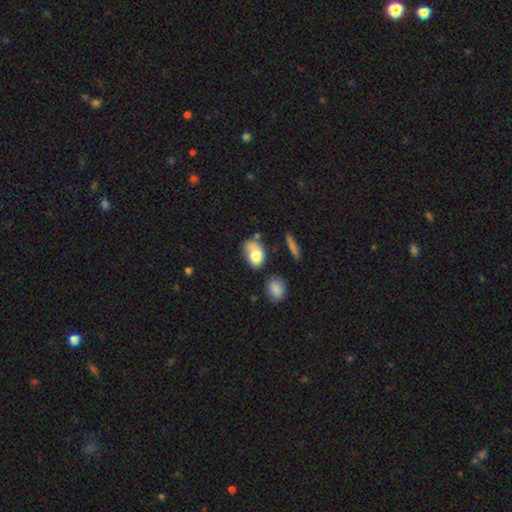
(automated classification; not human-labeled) Smooth or featured?
  - smooth: 75% *
  - featured or disk: 17%
  - star or artifact: 8%
How rounded?
  - in between: 81% *
  - round: 17%
  - cigar-shaped: 2%
Merging?
  - none: 42% *
  - minor disturbance: 30%
  - merger: 14%
  - major disturbance: 14%